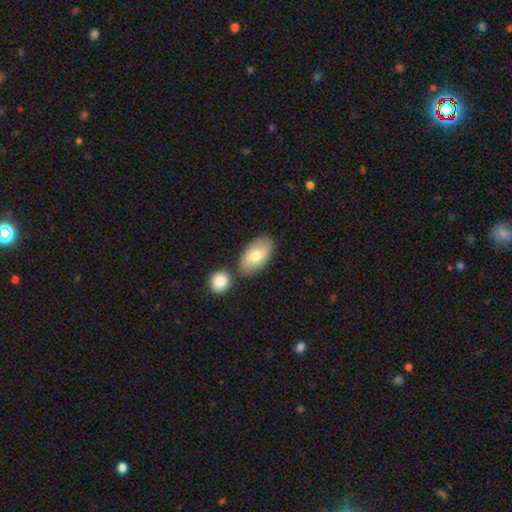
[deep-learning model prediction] Smooth or featured? Predicted: smooth (p=0.73). How rounded? Predicted: in between (p=0.94). Merging? Predicted: none (p=0.70).